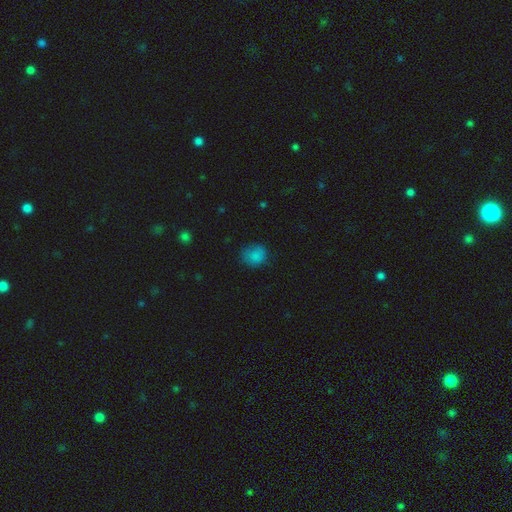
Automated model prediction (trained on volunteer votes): The model was most divided on "merging": none: 73%, minor disturbance: 20%, major disturbance: 5%, merger: 1%. More confident: smooth or featured — smooth (82%); how rounded — round (77%).